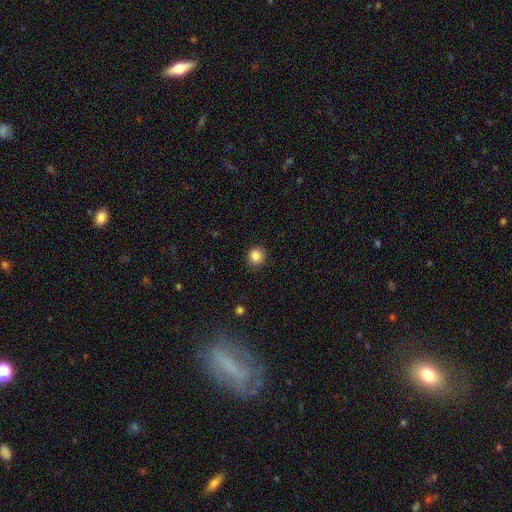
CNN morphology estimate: smooth_or_featured: smooth (p=0.86) [alt: star or artifact p=0.10]
how_rounded: round (p=0.90) [alt: in between p=0.09]
merging: none (p=0.89) [alt: minor disturbance p=0.08]